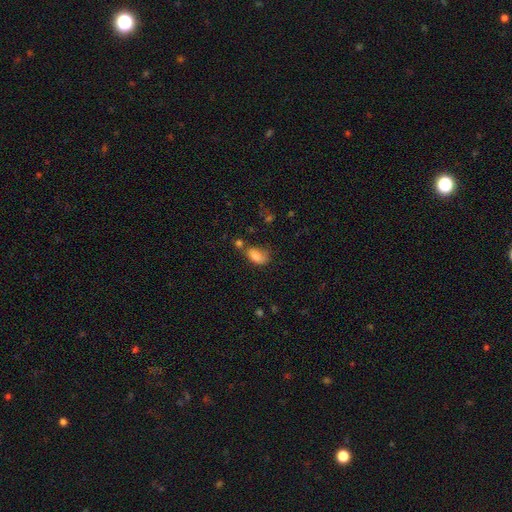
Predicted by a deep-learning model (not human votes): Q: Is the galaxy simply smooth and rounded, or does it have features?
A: smooth — 80%.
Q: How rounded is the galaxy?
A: in between — 88%.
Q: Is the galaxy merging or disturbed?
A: none — 42%.